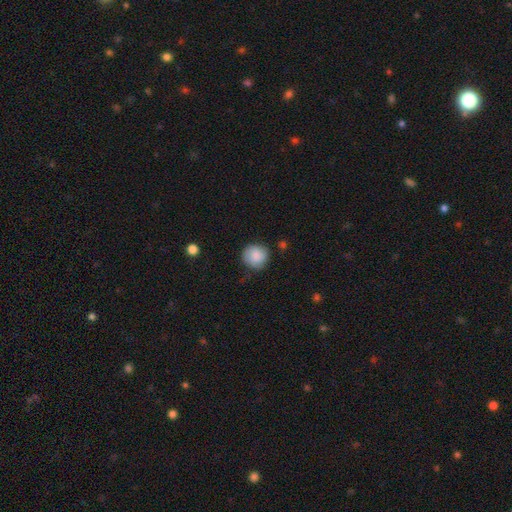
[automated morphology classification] Smooth or featured? smooth (85%)
How rounded? round (91%)
Merging? none (76%)